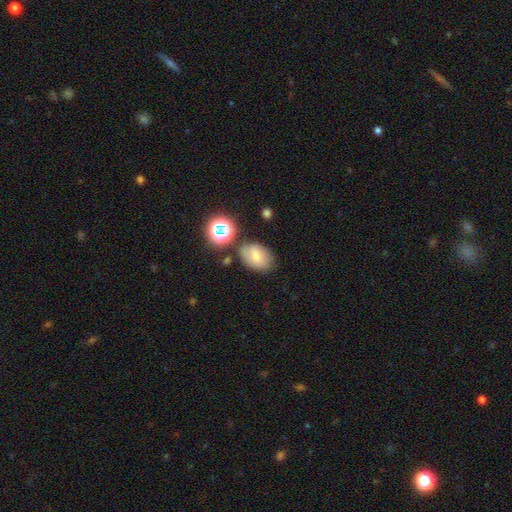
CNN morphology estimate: Q: Smooth or featured?
A: smooth (70%); runner-up: featured or disk (15%)
Q: How rounded?
A: in between (77%); runner-up: round (22%)
Q: Merging?
A: none (71%); runner-up: minor disturbance (16%)